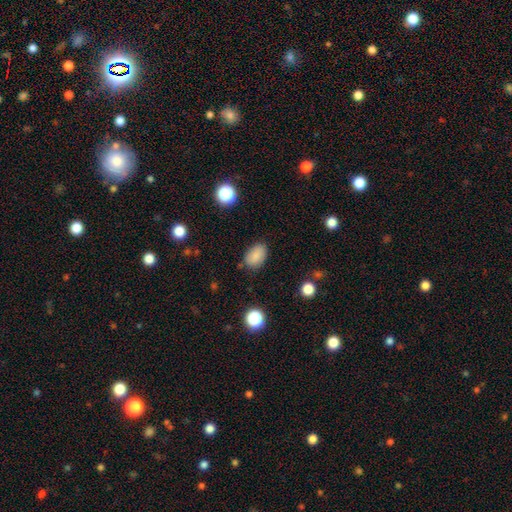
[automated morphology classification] smooth_or_featured: smooth (p=0.83) [alt: star or artifact p=0.10]
how_rounded: in between (p=0.84) [alt: round p=0.15]
merging: none (p=0.79) [alt: minor disturbance p=0.15]